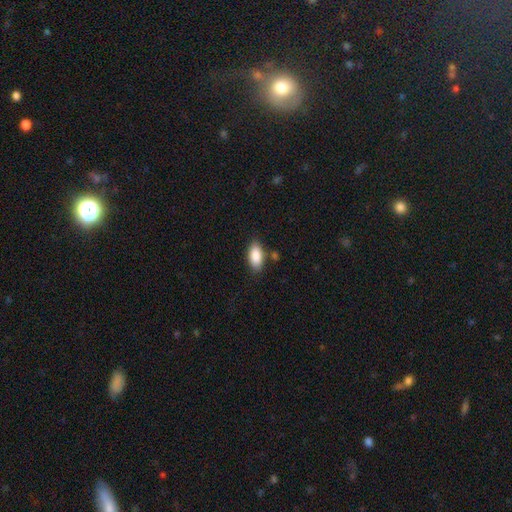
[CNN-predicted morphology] A smooth galaxy with no disk features (88%) that is in between round and cigar-shaped (91%).

Vote fractions:
- Smooth or featured? smooth: 88% / star or artifact: 7% / featured or disk: 5%
- How rounded? in between: 91% / cigar-shaped: 6% / round: 3%
- Merging? none: 79% / minor disturbance: 13% / merger: 4% / major disturbance: 3%